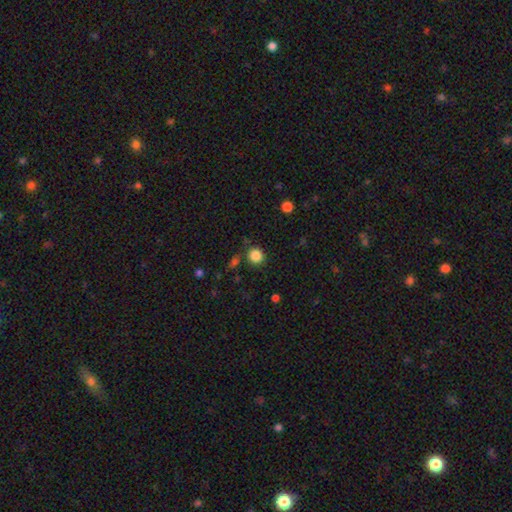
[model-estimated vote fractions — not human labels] Smooth or featured?
  - smooth: 86% *
  - star or artifact: 11%
  - featured or disk: 4%
How rounded?
  - round: 89% *
  - in between: 10%
  - cigar-shaped: 1%
Merging?
  - none: 84% *
  - minor disturbance: 8%
  - merger: 5%
  - major disturbance: 3%